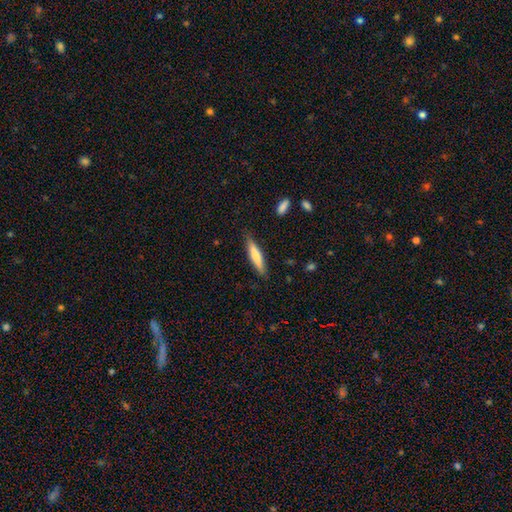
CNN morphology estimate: Overall: smooth (68%). How rounded: cigar-shaped (85%). Merging: none (85%).